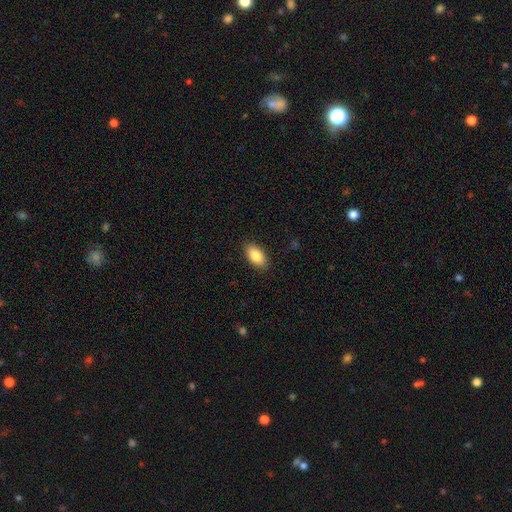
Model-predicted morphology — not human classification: Smooth or featured? smooth (86%)
How rounded? in between (92%)
Merging? none (88%)